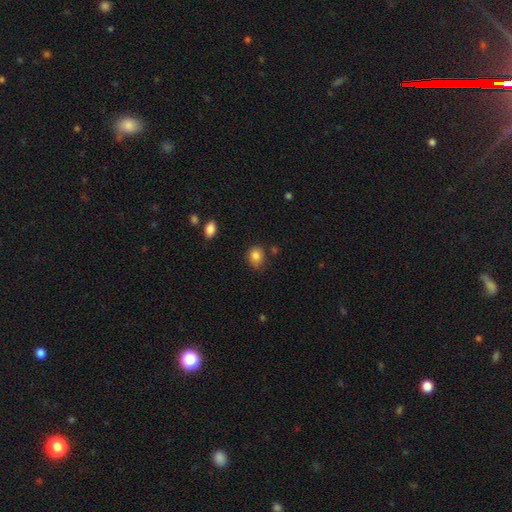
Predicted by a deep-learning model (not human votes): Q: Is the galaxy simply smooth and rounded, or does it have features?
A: smooth — 83%.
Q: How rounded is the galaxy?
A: round — 68%.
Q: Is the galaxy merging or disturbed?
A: none — 70%.